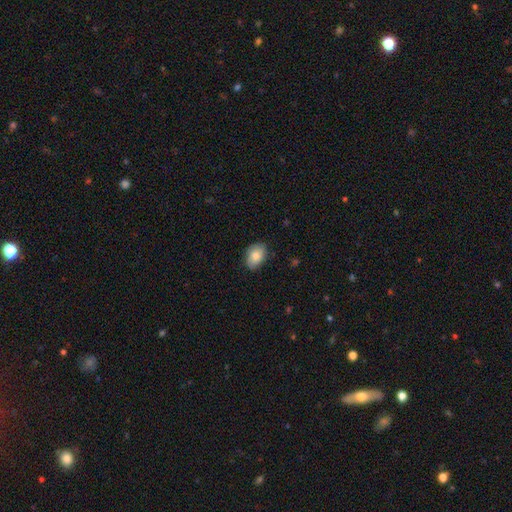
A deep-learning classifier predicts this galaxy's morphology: Smooth or featured? smooth (79%)
How rounded? in between (81%)
Merging? none (80%)